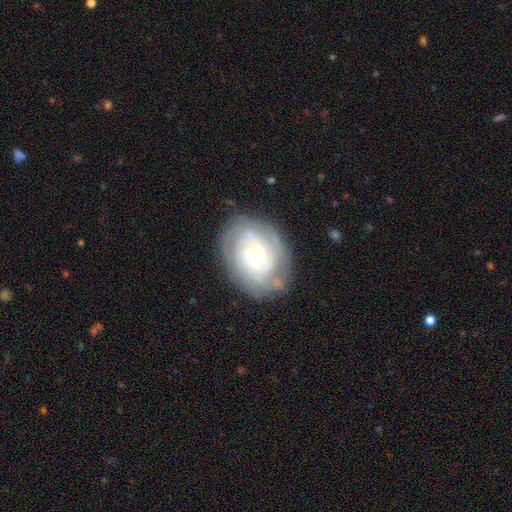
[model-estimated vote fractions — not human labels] The model was most divided on "bulge size": moderate: 49%, small: 46%, large: 3%, dominant: 1%, none: 1%. Remaining: edge-on disk — no (97%); spiral arms — yes (91%); smooth or featured — featured or disk (81%); bar — no (79%); merging — none (77%); spiral winding — tight (76%); spiral arm count — can't tell (41%).